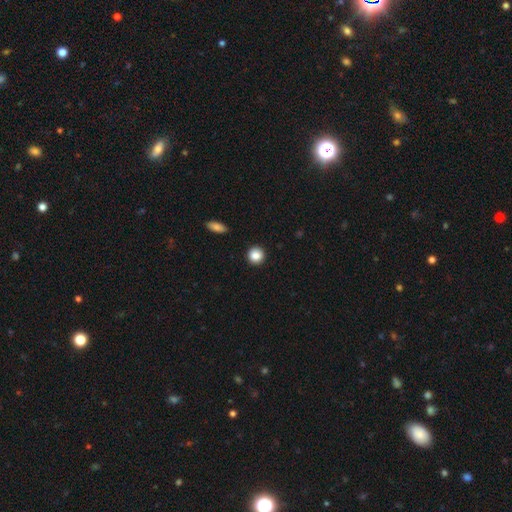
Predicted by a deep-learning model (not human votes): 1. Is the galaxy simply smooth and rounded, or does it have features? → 86% smooth, 9% star or artifact, 5% featured or disk.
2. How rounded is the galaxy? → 92% round, 7% in between, 1% cigar-shaped.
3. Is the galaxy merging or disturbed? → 92% none, 5% minor disturbance, 2% major disturbance, 1% merger.